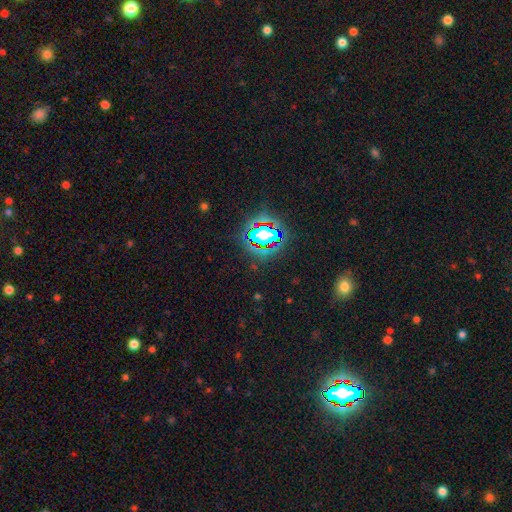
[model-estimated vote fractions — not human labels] Smooth or featured? star or artifact (81%)